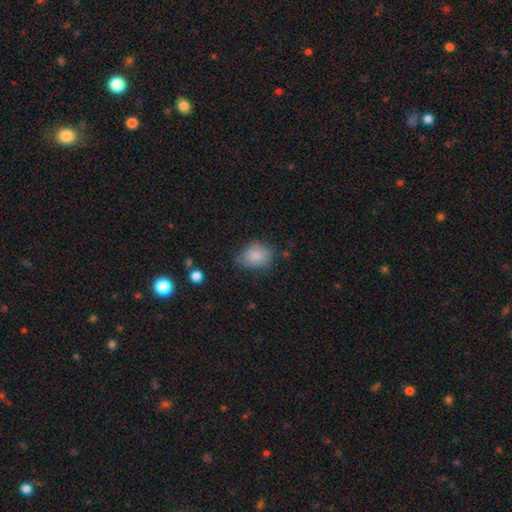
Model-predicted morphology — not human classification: A smooth galaxy with no disk features (81%) that is in between round and cigar-shaped (60%).

Vote fractions:
- Smooth or featured? smooth: 81% / featured or disk: 10% / star or artifact: 8%
- How rounded? in between: 60% / round: 39% / cigar-shaped: 1%
- Merging? none: 55% / minor disturbance: 34% / major disturbance: 9% / merger: 2%